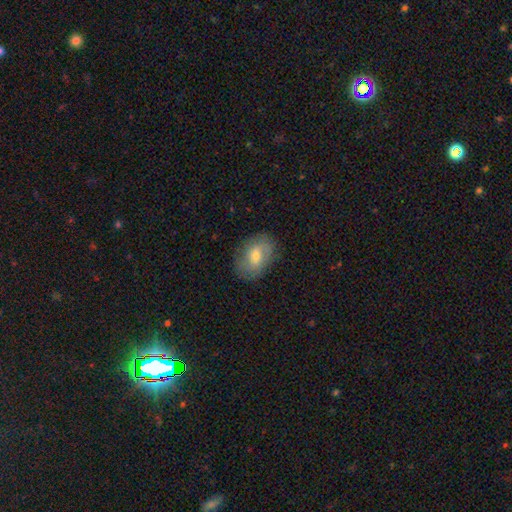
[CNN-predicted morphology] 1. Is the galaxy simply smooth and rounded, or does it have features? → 61% smooth, 31% featured or disk, 8% star or artifact.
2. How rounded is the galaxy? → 82% in between, 17% round, 2% cigar-shaped.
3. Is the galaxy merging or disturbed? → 79% none, 15% minor disturbance, 5% major disturbance, 1% merger.